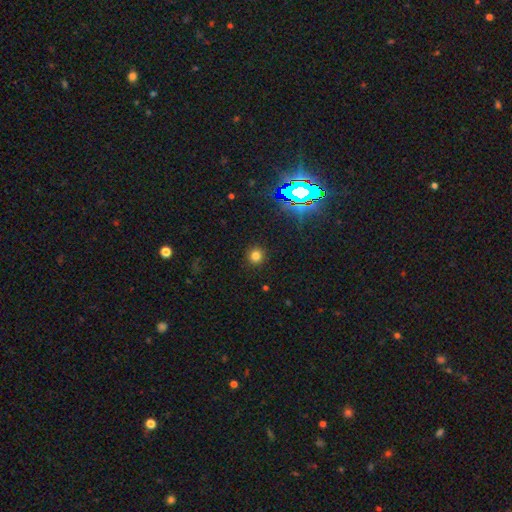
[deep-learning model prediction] Overall: smooth (74%). How rounded: round (94%). Merging: none (91%).